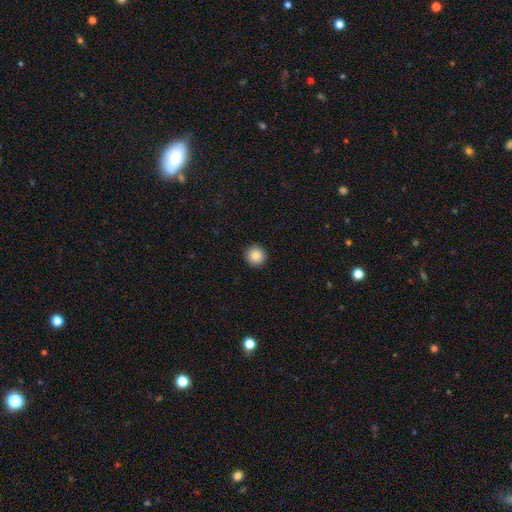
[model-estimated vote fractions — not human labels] Smooth or featured? smooth (85%)
How rounded? round (95%)
Merging? none (93%)